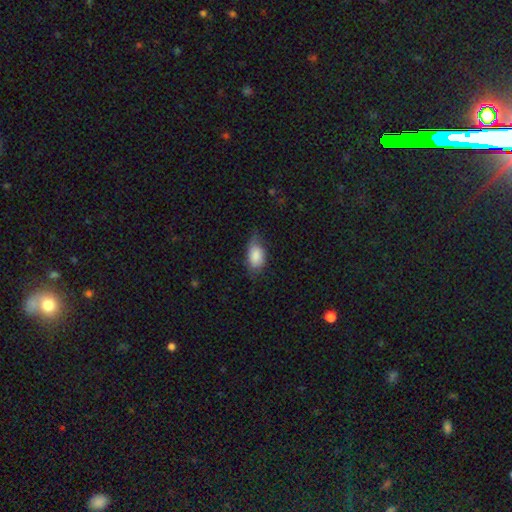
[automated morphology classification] Overall: smooth (82%). How rounded: in between (91%). Merging: none (51%; minor disturbance 37%).